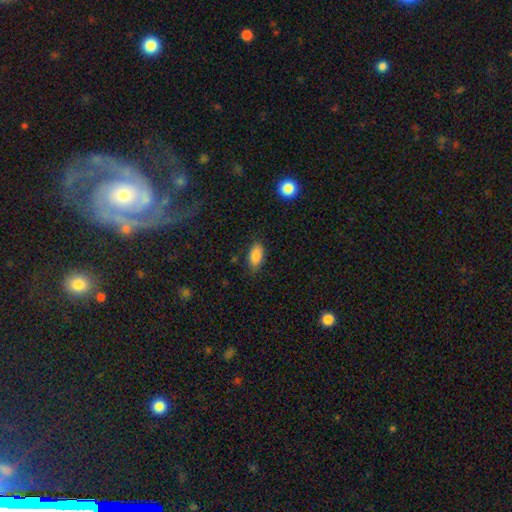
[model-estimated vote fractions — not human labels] Morphology: type=smooth (84%); roundness=in between (90%); merging=none (82%).